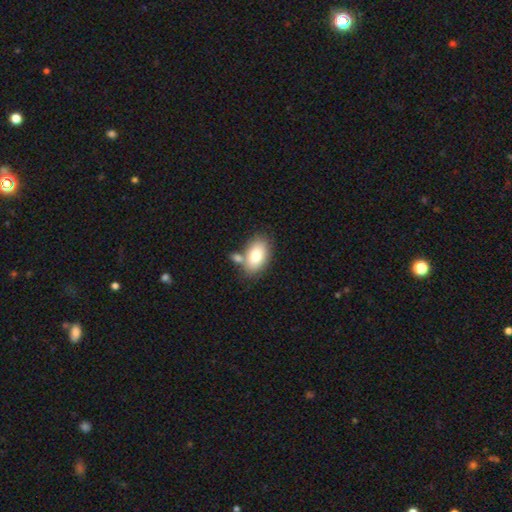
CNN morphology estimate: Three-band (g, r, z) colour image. It shows a smooth galaxy with no disk features (81%) that is in between round and cigar-shaped (93%). Merging: none (59%).